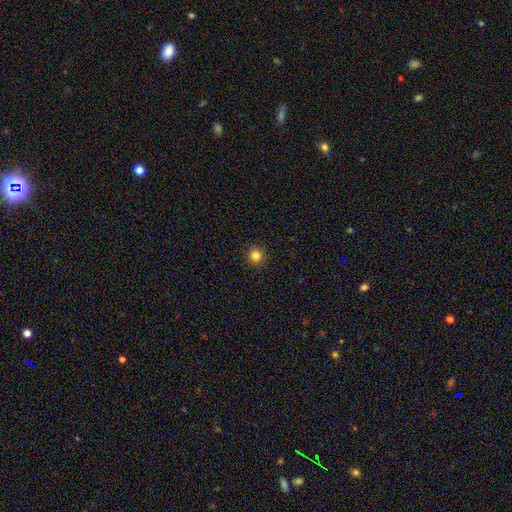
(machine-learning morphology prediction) The model was most divided on "smooth or featured": smooth: 83%, star or artifact: 13%, featured or disk: 4%. More confident: how rounded — round (95%); merging — none (93%).